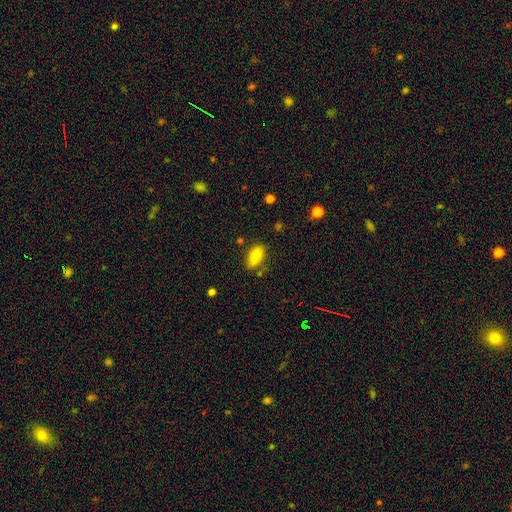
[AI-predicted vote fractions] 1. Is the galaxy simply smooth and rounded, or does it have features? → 84% smooth, 9% featured or disk, 8% star or artifact.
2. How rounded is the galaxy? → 81% in between, 16% cigar-shaped, 3% round.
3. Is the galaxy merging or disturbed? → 79% none, 14% minor disturbance, 4% major disturbance, 3% merger.